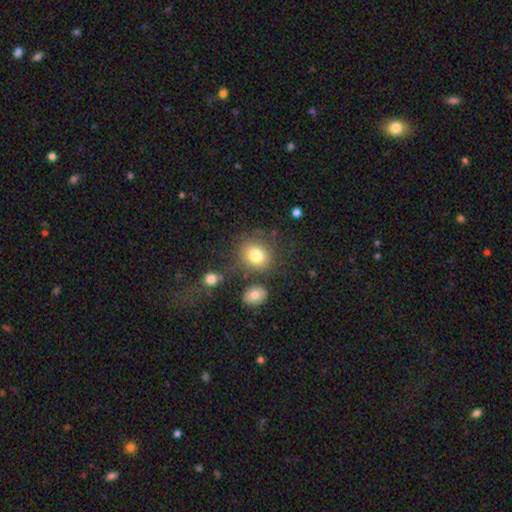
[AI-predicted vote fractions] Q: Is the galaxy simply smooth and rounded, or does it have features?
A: smooth — 79%.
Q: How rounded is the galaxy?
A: round — 69%.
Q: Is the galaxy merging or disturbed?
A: none — 71%.